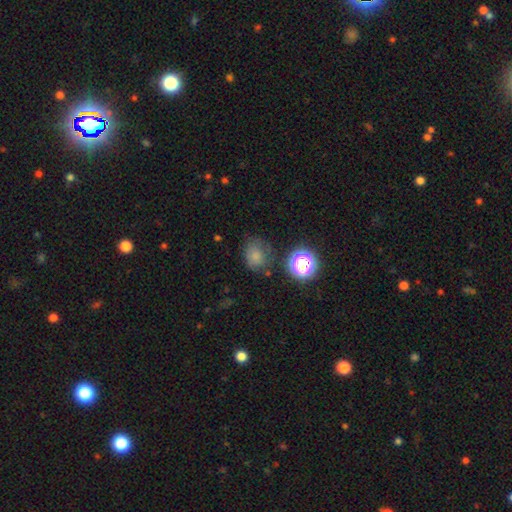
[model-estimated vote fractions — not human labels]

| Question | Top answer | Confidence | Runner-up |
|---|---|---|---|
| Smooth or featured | smooth | 71% | star or artifact (17%) |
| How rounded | round | 62% | in between (37%) |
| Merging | none | 63% | minor disturbance (22%) |